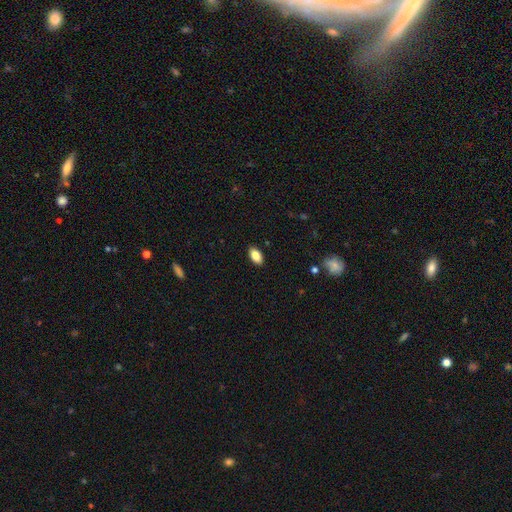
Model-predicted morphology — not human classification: Smooth or featured?
  - smooth: 87% *
  - star or artifact: 8%
  - featured or disk: 6%
How rounded?
  - in between: 93% *
  - round: 4%
  - cigar-shaped: 3%
Merging?
  - none: 89% *
  - minor disturbance: 8%
  - major disturbance: 2%
  - merger: 1%